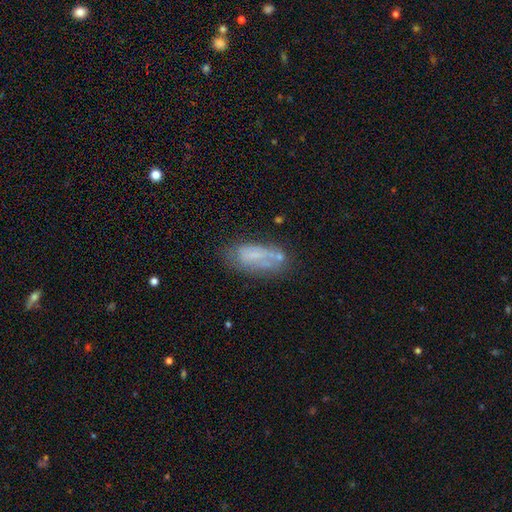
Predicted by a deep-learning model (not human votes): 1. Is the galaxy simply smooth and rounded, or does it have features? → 48% smooth, 41% featured or disk, 12% star or artifact.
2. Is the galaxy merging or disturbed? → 50% none, 26% minor disturbance, 15% major disturbance, 9% merger.